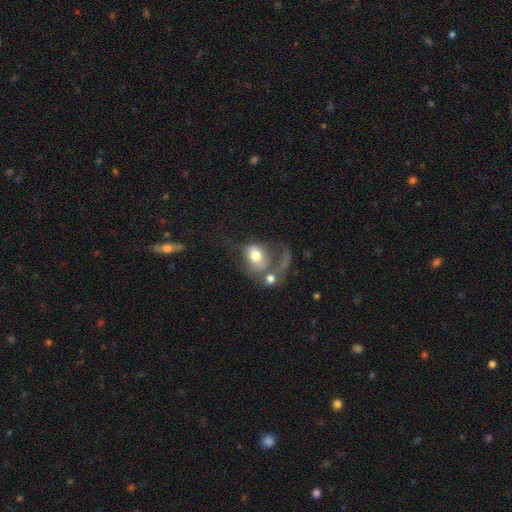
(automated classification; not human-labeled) Smooth or featured: smooth — 60% (featured or disk — 32%)
How rounded: in between — 54% (round — 45%)
Merging: major disturbance — 42% (merger — 32%)